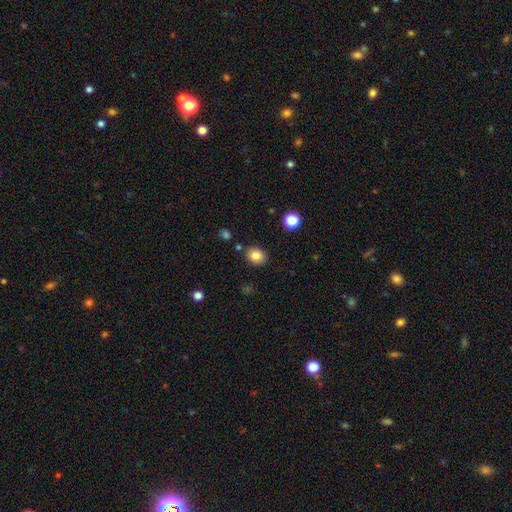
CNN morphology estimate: smooth-or-featured: smooth: 83% | star or artifact: 10% | featured or disk: 7%
  how-rounded: round: 51% | in between: 49% | cigar-shaped: 1%
  merging: none: 85% | minor disturbance: 9% | merger: 3% | major disturbance: 2%